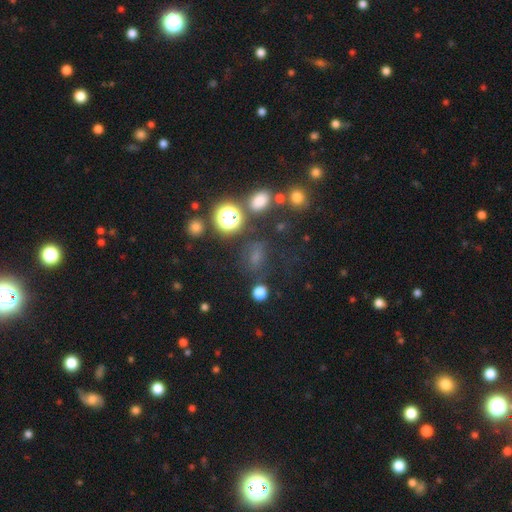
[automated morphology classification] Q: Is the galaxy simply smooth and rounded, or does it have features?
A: smooth — 55%.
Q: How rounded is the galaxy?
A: in between — 50%.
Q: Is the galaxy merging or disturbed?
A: none — 64%.